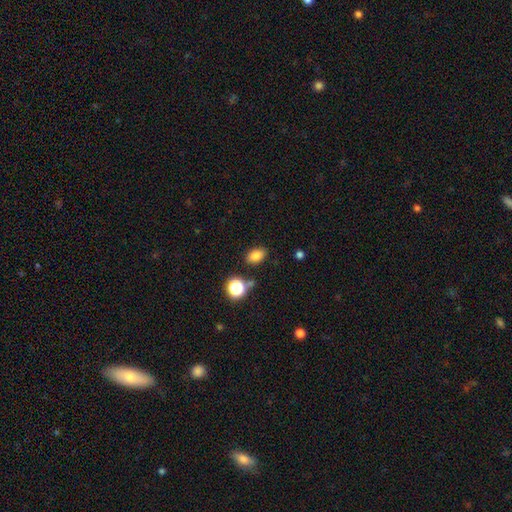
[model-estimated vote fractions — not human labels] Q: Smooth or featured?
A: smooth (82%); runner-up: star or artifact (13%)
Q: How rounded?
A: in between (81%); runner-up: round (17%)
Q: Merging?
A: none (82%); runner-up: minor disturbance (10%)